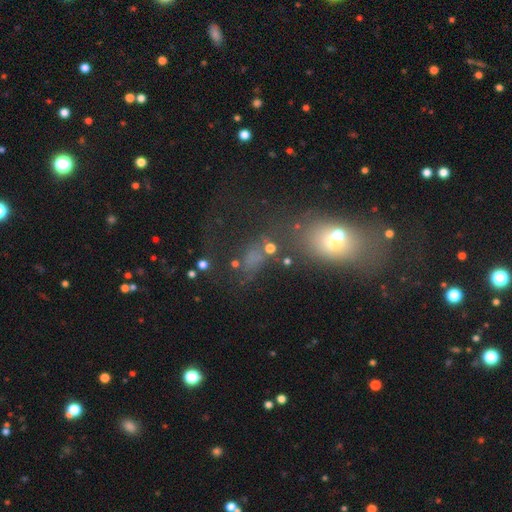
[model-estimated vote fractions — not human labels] smooth-or-featured: smooth: 44% | star or artifact: 35% | featured or disk: 22%
  merging: none: 33% | merger: 30% | major disturbance: 23% | minor disturbance: 14%